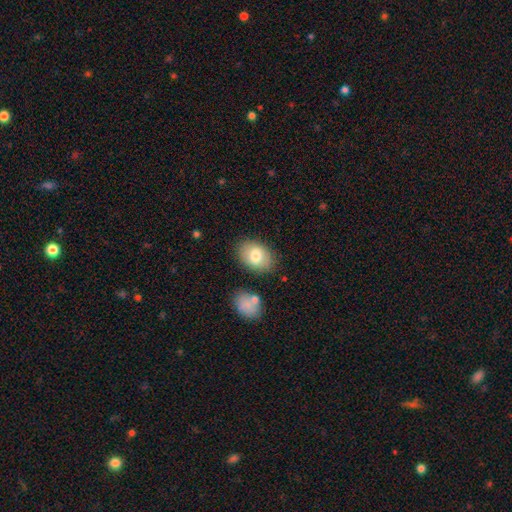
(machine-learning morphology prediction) Q: Smooth or featured?
A: smooth (77%); runner-up: featured or disk (15%)
Q: How rounded?
A: in between (81%); runner-up: round (18%)
Q: Merging?
A: none (81%); runner-up: minor disturbance (12%)